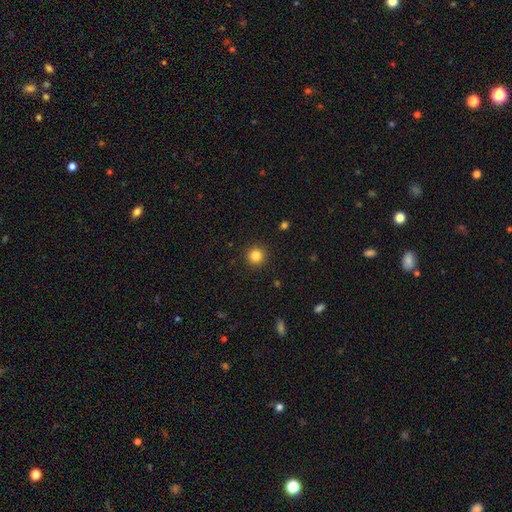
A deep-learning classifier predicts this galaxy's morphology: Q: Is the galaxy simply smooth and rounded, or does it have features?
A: smooth — 83%.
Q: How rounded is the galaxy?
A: round — 95%.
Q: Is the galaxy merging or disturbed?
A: none — 92%.